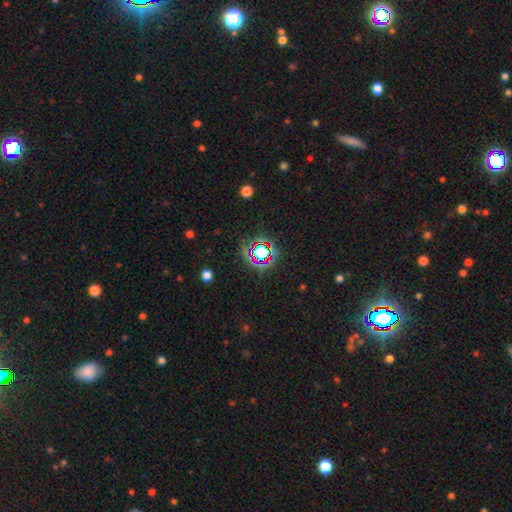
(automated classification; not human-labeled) Smooth or featured? star or artifact (73%)